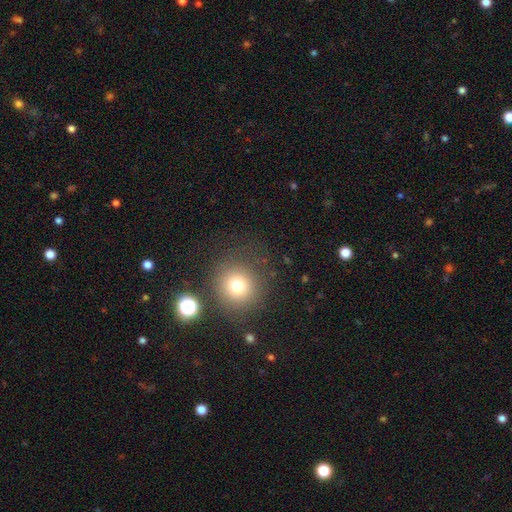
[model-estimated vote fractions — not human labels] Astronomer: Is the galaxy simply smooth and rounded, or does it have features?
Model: smooth — 59%.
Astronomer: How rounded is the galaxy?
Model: round — 92%.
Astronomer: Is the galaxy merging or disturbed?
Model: none — 83%.